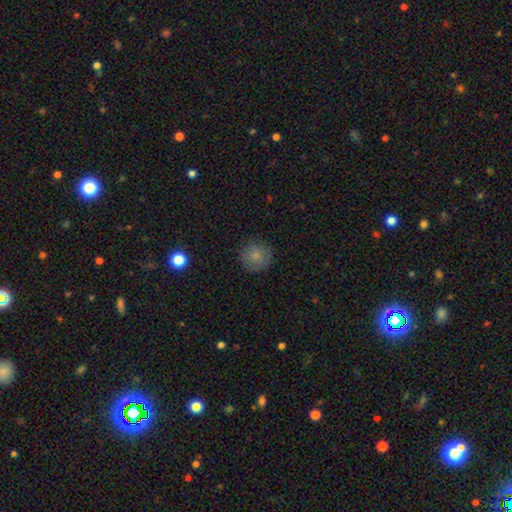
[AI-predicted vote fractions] A smooth galaxy with no disk features (83%) that is round (93%). Merging: none (86%).